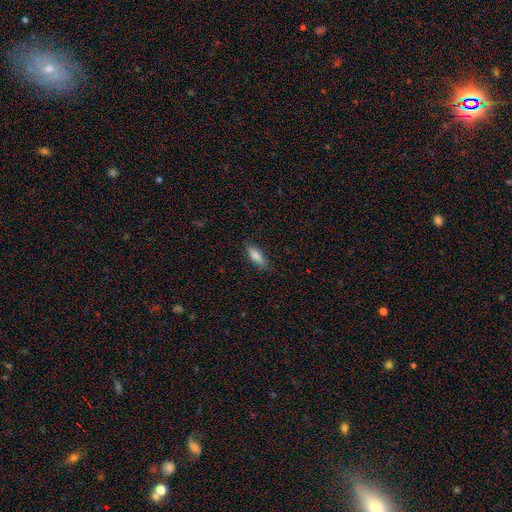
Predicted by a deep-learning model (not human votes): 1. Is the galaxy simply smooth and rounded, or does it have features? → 79% smooth, 15% featured or disk, 7% star or artifact.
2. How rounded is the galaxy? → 50% in between, 48% cigar-shaped, 2% round.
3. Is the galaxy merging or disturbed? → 85% none, 12% minor disturbance, 2% major disturbance, 1% merger.